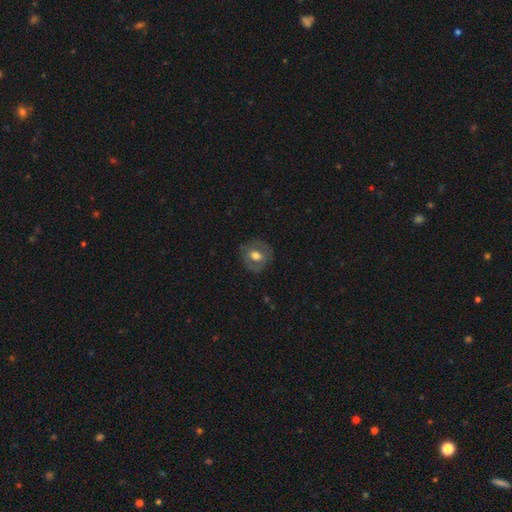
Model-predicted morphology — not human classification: smooth-or-featured: smooth: 56% | featured or disk: 35% | star or artifact: 8%
  how-rounded: round: 75% | in between: 24% | cigar-shaped: 1%
  merging: none: 78% | minor disturbance: 15% | major disturbance: 6% | merger: 1%